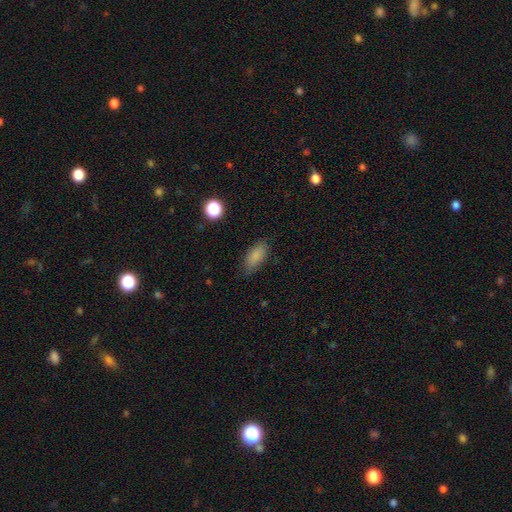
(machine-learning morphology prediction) Q: Smooth or featured?
A: smooth (84%); runner-up: star or artifact (9%)
Q: How rounded?
A: in between (83%); runner-up: cigar-shaped (13%)
Q: Merging?
A: none (80%); runner-up: minor disturbance (15%)